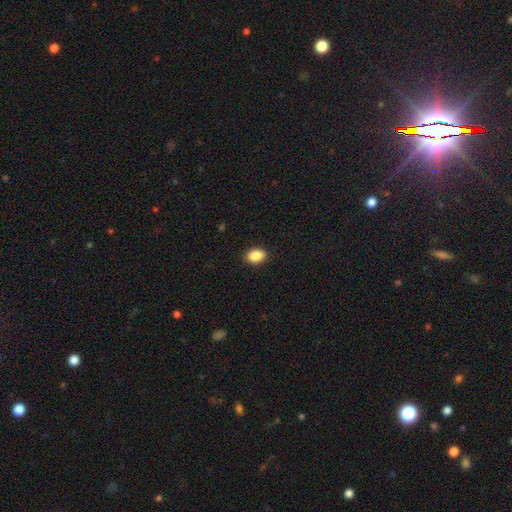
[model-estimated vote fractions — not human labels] A smooth galaxy with no disk features (88%) that is in between round and cigar-shaped (79%).

Vote fractions:
- Smooth or featured? smooth: 88% / star or artifact: 8% / featured or disk: 4%
- How rounded? in between: 79% / round: 20% / cigar-shaped: 1%
- Merging? none: 91% / minor disturbance: 7% / major disturbance: 2% / merger: 1%